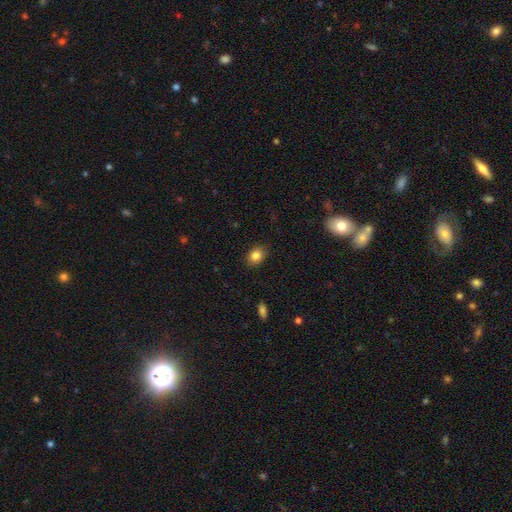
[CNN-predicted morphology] smooth 84%, star or artifact 9%, featured or disk 7%. Down the decision tree: how rounded — in between (61%); merging — none (86%).